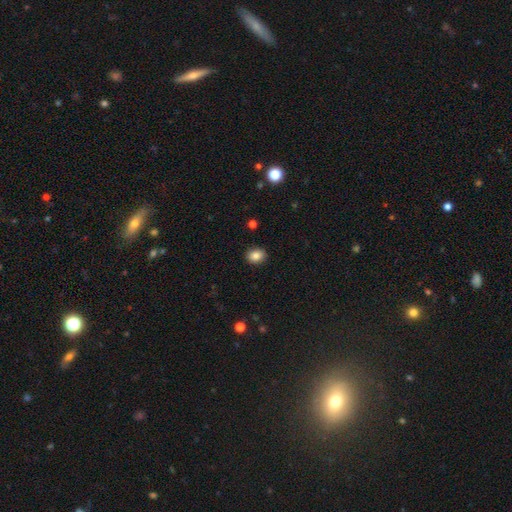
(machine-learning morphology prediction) type=smooth (86%); roundness=in between (59%); merging=none (90%).